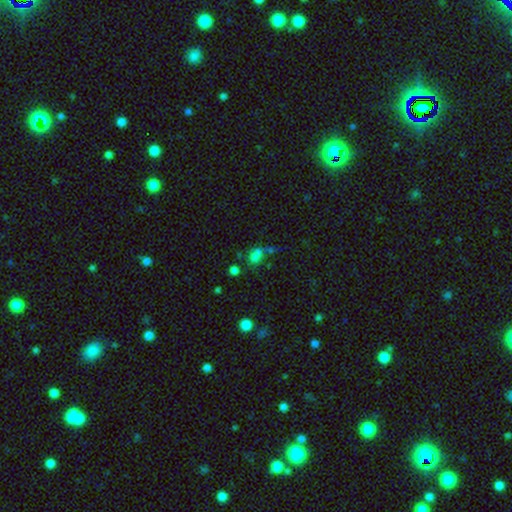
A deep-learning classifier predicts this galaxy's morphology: Smooth or featured?
  - smooth: 64% *
  - star or artifact: 24%
  - featured or disk: 12%
How rounded?
  - round: 53% *
  - in between: 45%
  - cigar-shaped: 3%
Merging?
  - merger: 40% *
  - none: 35%
  - minor disturbance: 13%
  - major disturbance: 12%